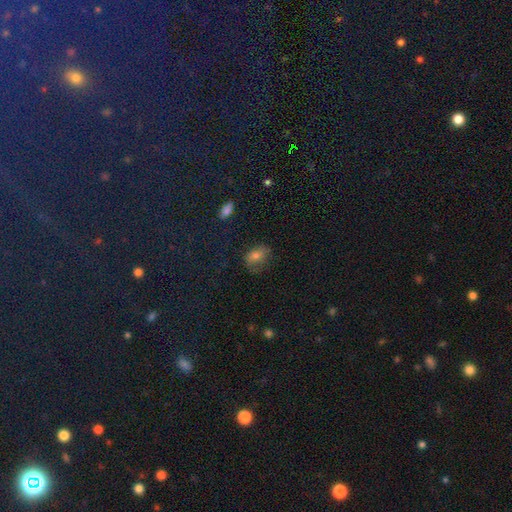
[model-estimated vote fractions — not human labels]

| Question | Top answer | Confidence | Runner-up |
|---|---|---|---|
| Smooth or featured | smooth | 68% | featured or disk (18%) |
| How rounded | in between | 74% | round (23%) |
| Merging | none | 58% | minor disturbance (27%) |